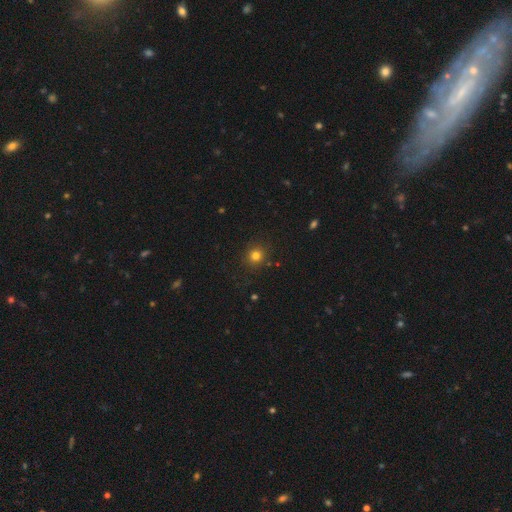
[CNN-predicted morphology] Overall: smooth (79%). How rounded: round (90%). Merging: none (88%).